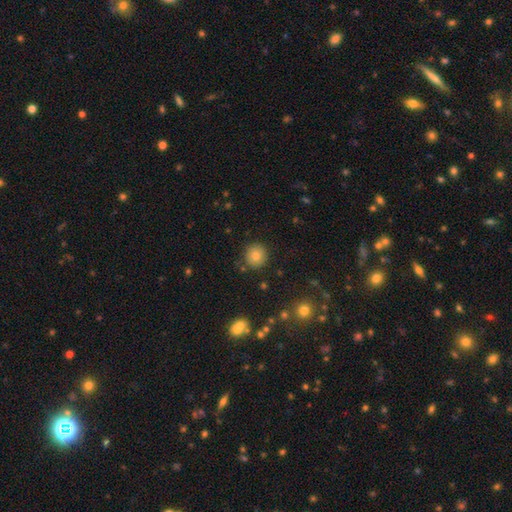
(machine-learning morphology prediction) smooth_or_featured: smooth (p=0.80) [alt: star or artifact p=0.11]
how_rounded: round (p=0.92) [alt: in between p=0.07]
merging: none (p=0.87) [alt: minor disturbance p=0.08]